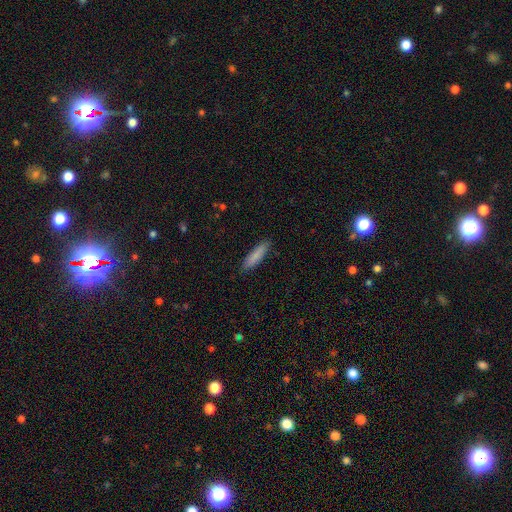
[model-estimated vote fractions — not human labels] The model was most divided on "how rounded": cigar-shaped: 81%, in between: 18%, round: 1%. More confident: merging — none (88%); smooth or featured — smooth (84%).